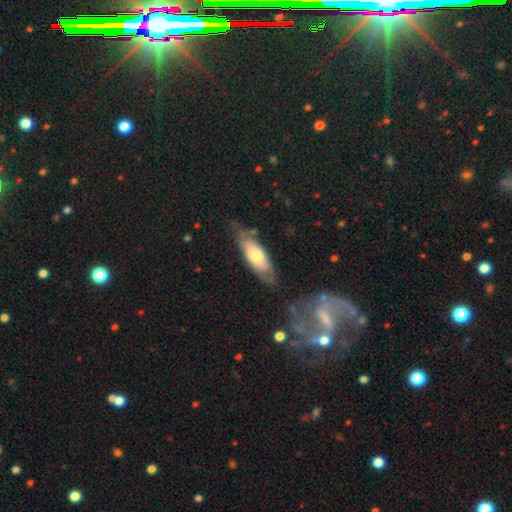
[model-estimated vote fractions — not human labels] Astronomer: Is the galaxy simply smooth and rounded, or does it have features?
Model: smooth — 55% (runner-up: featured or disk, 39%).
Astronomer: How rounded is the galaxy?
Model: in between — 68%.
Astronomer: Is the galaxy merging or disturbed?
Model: none — 62%.